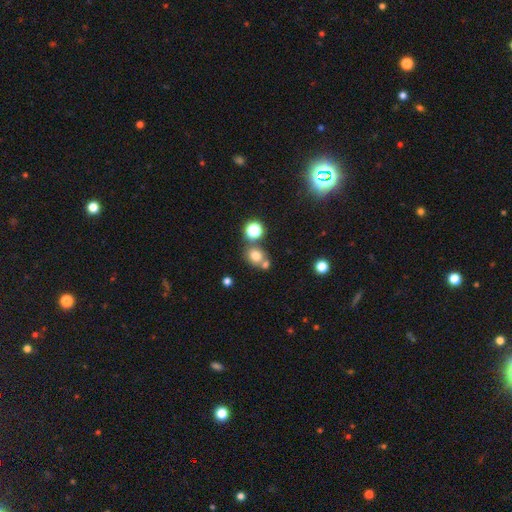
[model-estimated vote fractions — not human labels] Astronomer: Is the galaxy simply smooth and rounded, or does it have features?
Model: smooth — 74%.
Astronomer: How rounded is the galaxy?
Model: round — 71%.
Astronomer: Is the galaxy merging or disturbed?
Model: none — 57%.